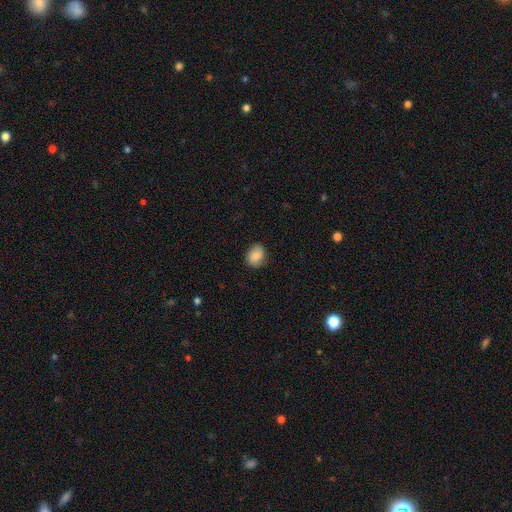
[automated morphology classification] Smooth or featured: smooth — 82% (featured or disk — 11%)
How rounded: round — 50% (in between — 49%)
Merging: none — 83% (minor disturbance — 13%)